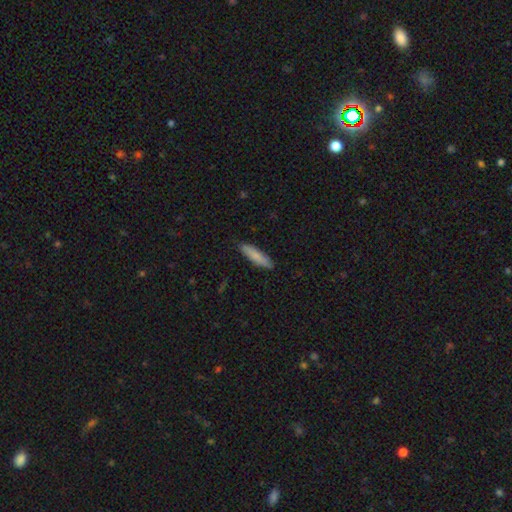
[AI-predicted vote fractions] smooth-or-featured: smooth: 82% | featured or disk: 12% | star or artifact: 5%
  how-rounded: cigar-shaped: 77% | in between: 22% | round: 1%
  merging: none: 88% | minor disturbance: 9% | major disturbance: 2% | merger: 1%